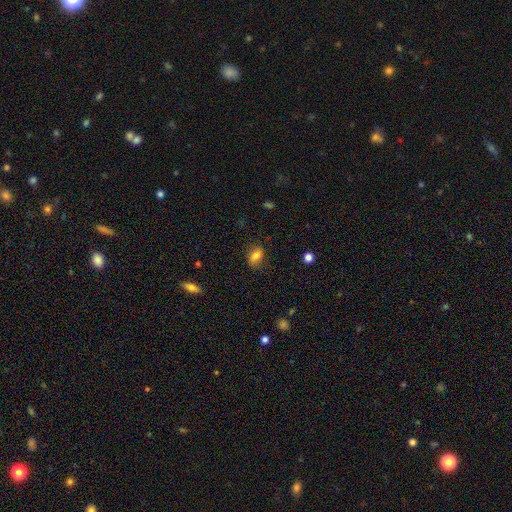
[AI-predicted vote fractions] The model was most divided on "merging": none: 78%, minor disturbance: 17%, major disturbance: 5%, merger: 1%. More confident: how rounded — in between (79%); smooth or featured — smooth (77%).